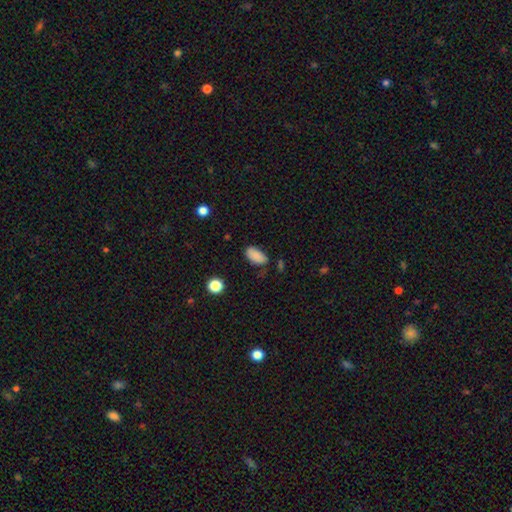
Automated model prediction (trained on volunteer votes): Smooth or featured? smooth (87%)
How rounded? in between (92%)
Merging? none (73%)